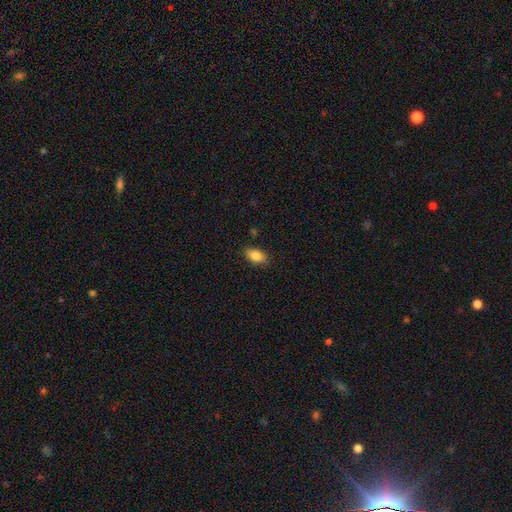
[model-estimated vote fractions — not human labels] Smooth or featured: smooth — 84% (featured or disk — 8%)
How rounded: in between — 89% (round — 7%)
Merging: none — 85% (minor disturbance — 11%)